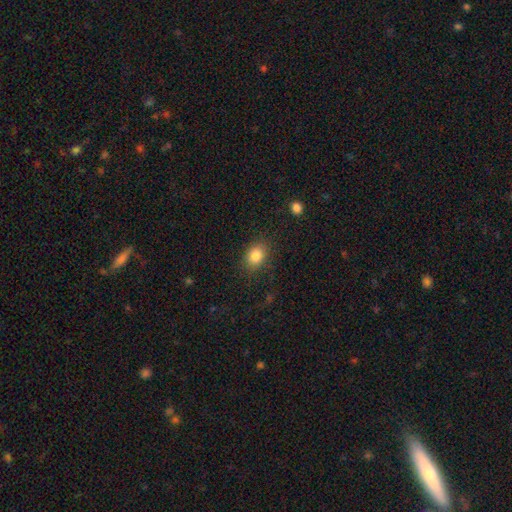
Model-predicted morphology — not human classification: smooth 85%, star or artifact 9%, featured or disk 6%. Down the decision tree: how rounded — in between (68%); merging — none (83%).